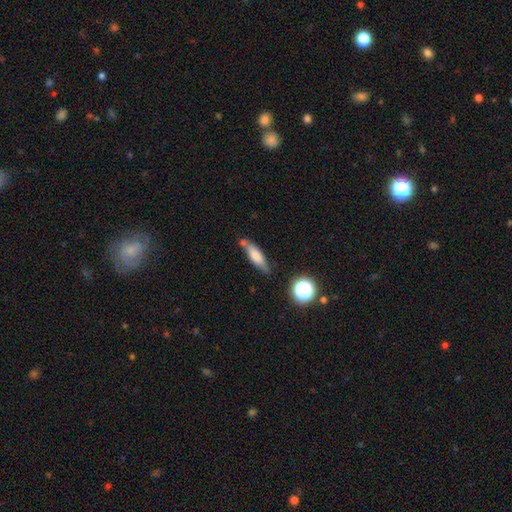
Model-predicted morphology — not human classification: This is likely a smooth galaxy (63%). How rounded: likely cigar-shaped (64%). Merging: likely none (62%).